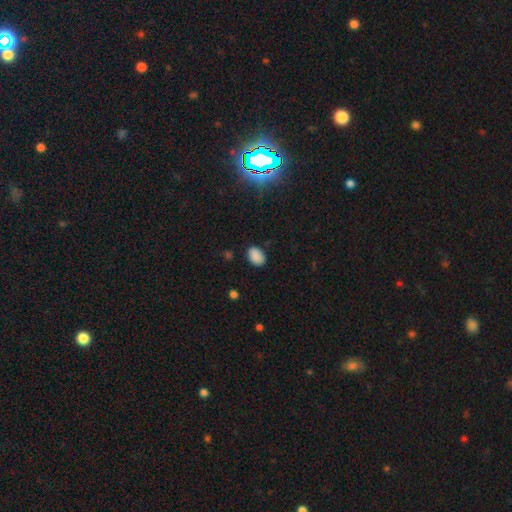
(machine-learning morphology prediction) Smooth or featured?
  - smooth: 87% *
  - star or artifact: 10%
  - featured or disk: 3%
How rounded?
  - in between: 84% *
  - round: 15%
  - cigar-shaped: 1%
Merging?
  - none: 84% *
  - minor disturbance: 12%
  - major disturbance: 3%
  - merger: 1%